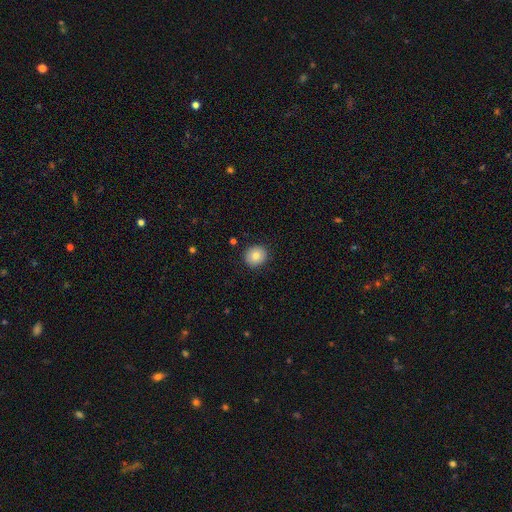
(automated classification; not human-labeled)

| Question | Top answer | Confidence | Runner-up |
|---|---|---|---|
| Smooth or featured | smooth | 80% | featured or disk (11%) |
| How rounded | round | 89% | in between (10%) |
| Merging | none | 90% | minor disturbance (7%) |